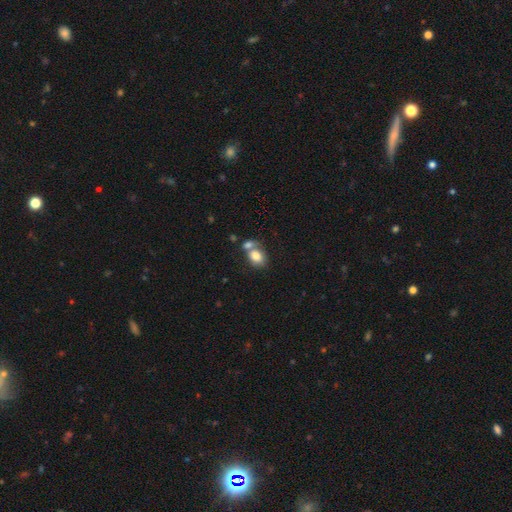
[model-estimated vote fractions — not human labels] smooth-or-featured: smooth: 80% | featured or disk: 12% | star or artifact: 8%
  how-rounded: in between: 64% | round: 34% | cigar-shaped: 1%
  merging: merger: 48% | none: 36% | minor disturbance: 11% | major disturbance: 5%